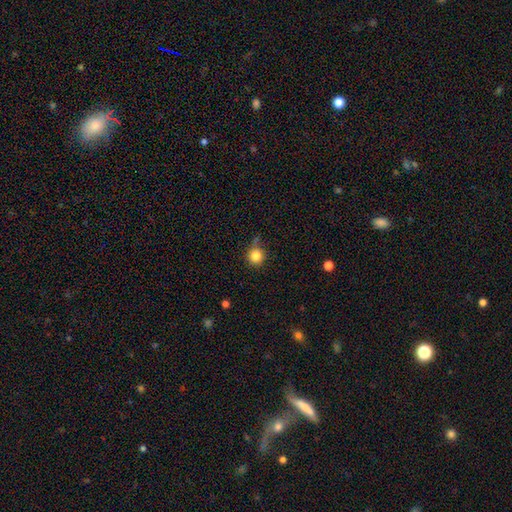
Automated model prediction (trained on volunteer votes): smooth_or_featured: smooth (p=0.84) [alt: star or artifact p=0.11]
how_rounded: round (p=0.93) [alt: in between p=0.06]
merging: none (p=0.75) [alt: minor disturbance p=0.15]